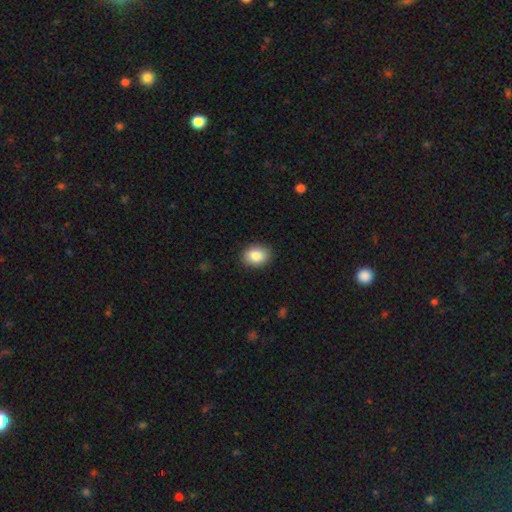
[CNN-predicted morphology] Overall: smooth (86%). How rounded: in between (71%). Merging: none (89%).